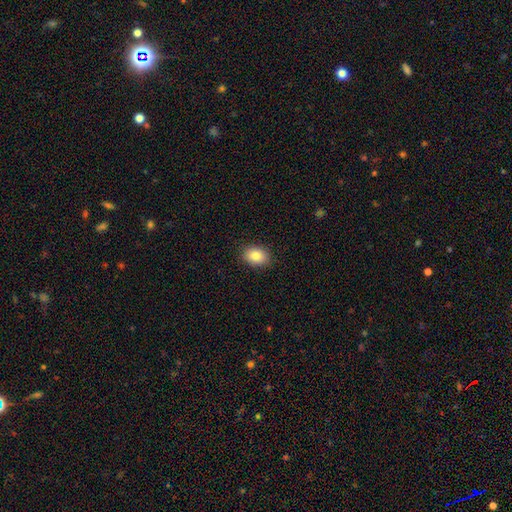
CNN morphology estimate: Smooth or featured? smooth (84%)
How rounded? in between (76%)
Merging? none (89%)